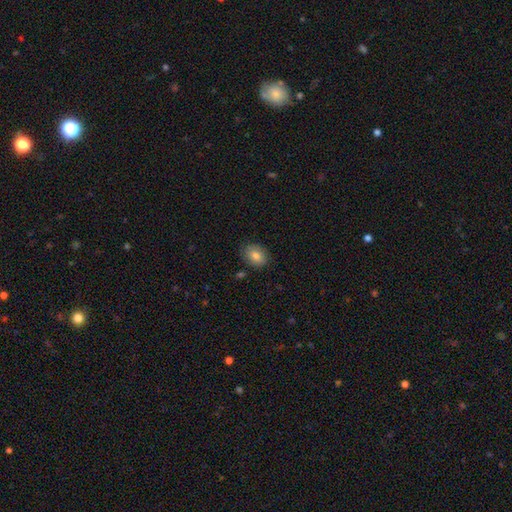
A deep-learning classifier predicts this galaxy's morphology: A smooth galaxy with no disk features (81%) that is in between round and cigar-shaped (64%). Merging: none (82%).